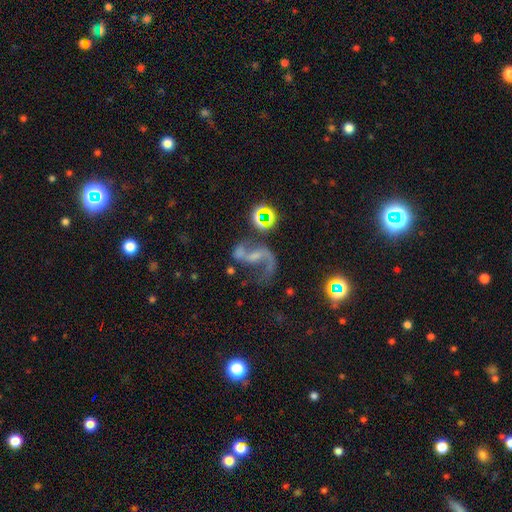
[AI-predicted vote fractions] A featured or disk galaxy (72%) with no bar (42%), 2 (68%) loose (79%) spiral arms (85%) and a small central bulge (48%).

Vote fractions:
- Smooth or featured? featured or disk: 72% / star or artifact: 17% / smooth: 11%
- Edge-on disk? no: 96% / yes: 4%
- Bar? no: 42% / weak: 36% / strong: 22%
- Spiral arms? yes: 85% / no: 15%
- Spiral winding? loose: 79% / medium: 17% / tight: 4%
- Spiral arm count? 2: 68% / 1: 25% / can't tell: 4% / 3: 1% / 4: 1% / more than 4: 1%
- Bulge size? small: 48% / none: 25% / moderate: 22% / large: 3% / dominant: 2%
- Merging? none: 30% / major disturbance: 29% / merger: 29% / minor disturbance: 13%